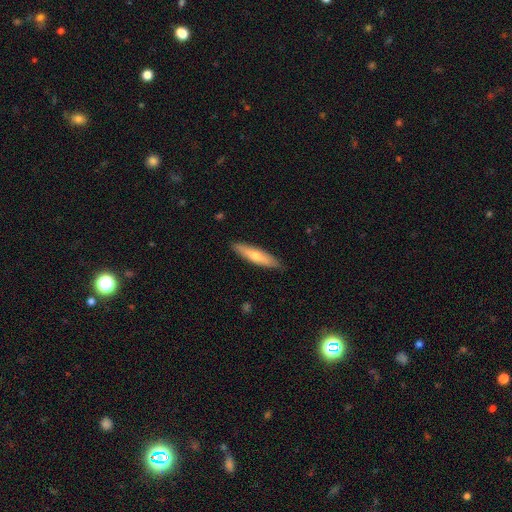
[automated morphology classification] Overall: smooth (54%; featured or disk 39%). How rounded: cigar-shaped (83%). Merging: none (90%).